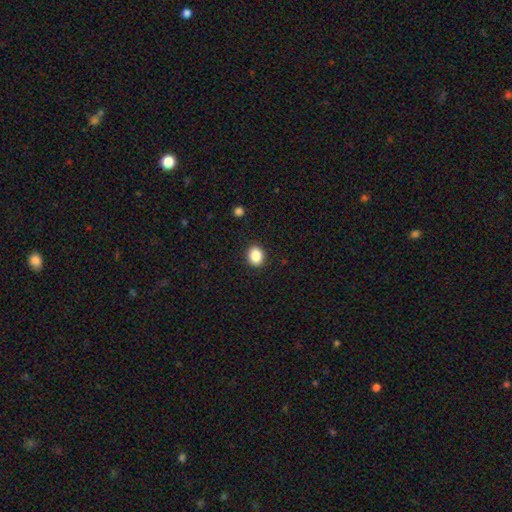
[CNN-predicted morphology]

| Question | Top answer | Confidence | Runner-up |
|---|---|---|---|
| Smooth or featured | smooth | 87% | star or artifact (9%) |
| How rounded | round | 65% | in between (34%) |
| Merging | none | 91% | minor disturbance (6%) |